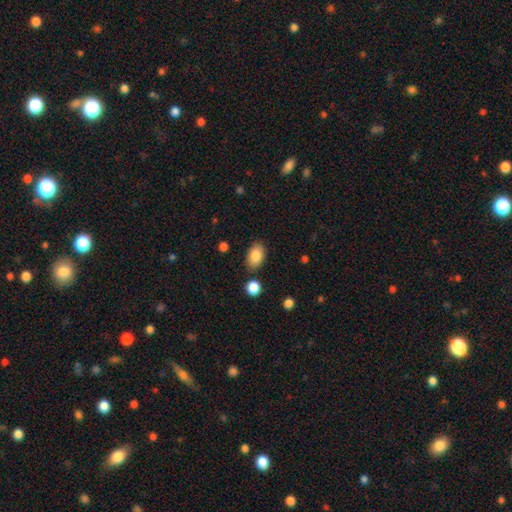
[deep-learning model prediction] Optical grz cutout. It shows a smooth galaxy with no disk features (86%) that is in between round and cigar-shaped (88%). Merging: none (83%).